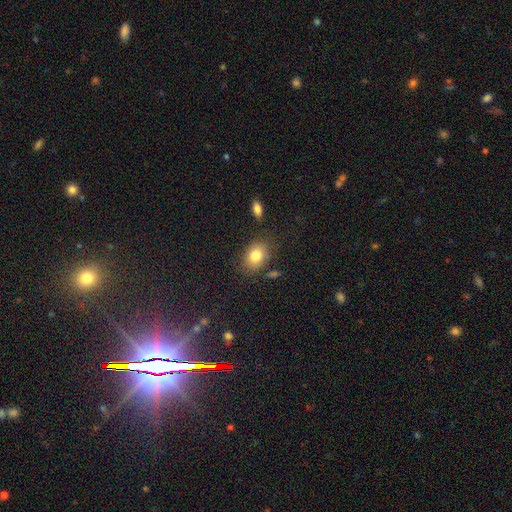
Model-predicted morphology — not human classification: smooth-or-featured: smooth: 81% | featured or disk: 10% | star or artifact: 9%
  how-rounded: in between: 73% | round: 26% | cigar-shaped: 1%
  merging: none: 79% | minor disturbance: 13% | merger: 4% | major disturbance: 4%